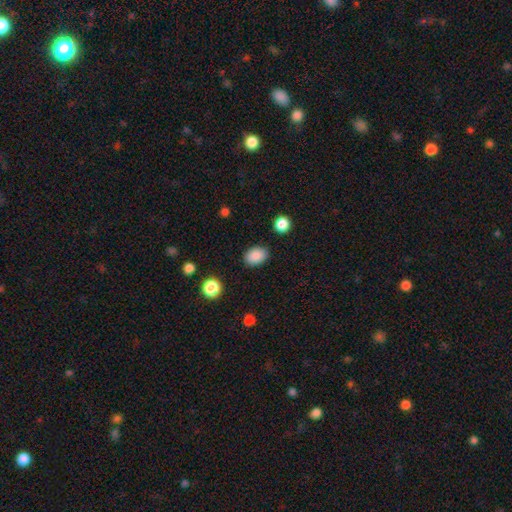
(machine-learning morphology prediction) smooth_or_featured: smooth (p=0.87) [alt: star or artifact p=0.09]
how_rounded: in between (p=0.76) [alt: round p=0.23]
merging: none (p=0.86) [alt: minor disturbance p=0.10]